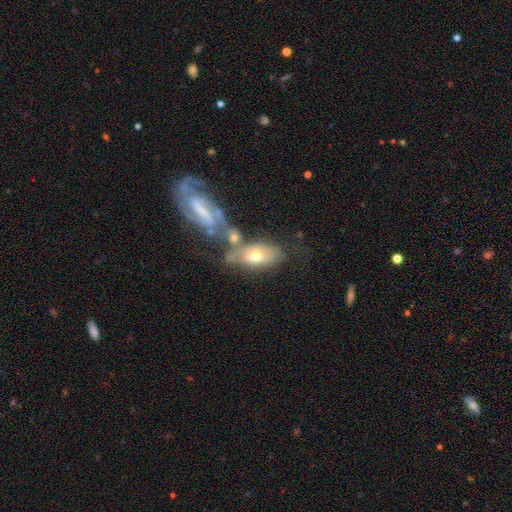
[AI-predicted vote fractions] Q: Smooth or featured?
A: featured or disk (47%); runner-up: smooth (45%)
Q: Merging?
A: merger (49%); runner-up: none (25%)